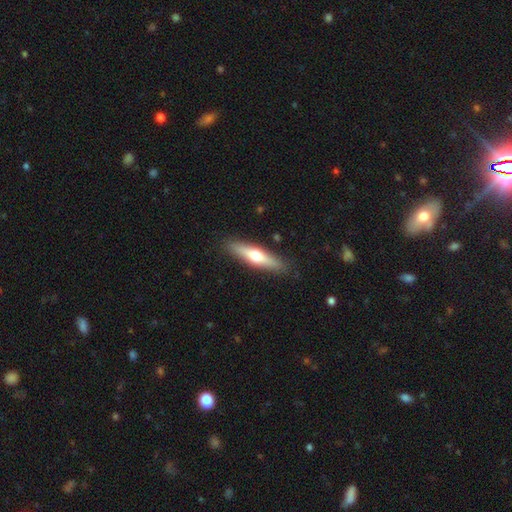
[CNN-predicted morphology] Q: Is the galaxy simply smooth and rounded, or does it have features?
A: smooth — 50%.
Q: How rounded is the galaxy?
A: cigar-shaped — 77%.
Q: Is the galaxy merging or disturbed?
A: none — 89%.